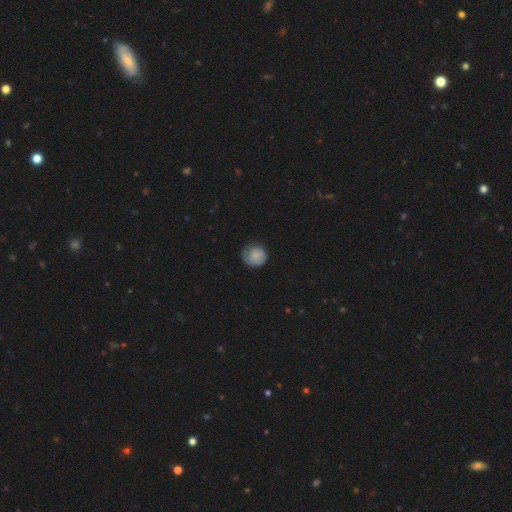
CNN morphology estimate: smooth 74%, featured or disk 19%, star or artifact 8%. Down the decision tree: how rounded — round (84%); merging — none (66%).